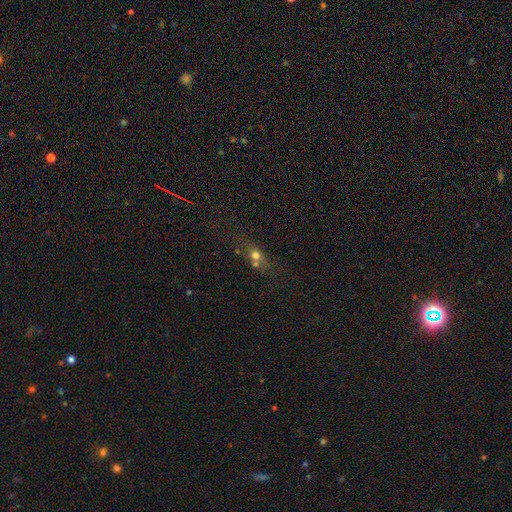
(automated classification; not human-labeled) Morphology: type=smooth (58%); roundness=in between (42%, tied with round); merging=none (46%).